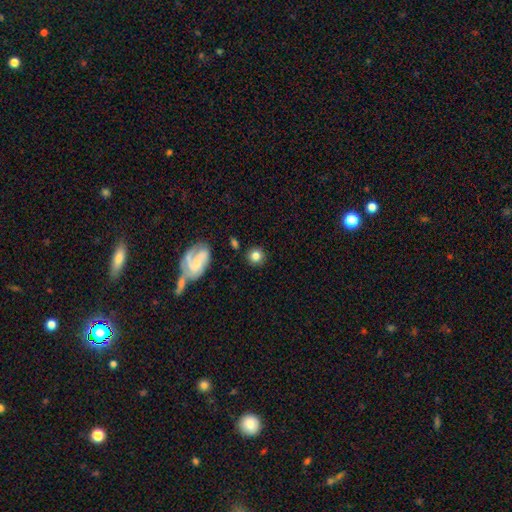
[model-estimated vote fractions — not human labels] Q: Smooth or featured?
A: smooth (78%); runner-up: featured or disk (13%)
Q: How rounded?
A: round (89%); runner-up: in between (10%)
Q: Merging?
A: none (84%); runner-up: minor disturbance (9%)